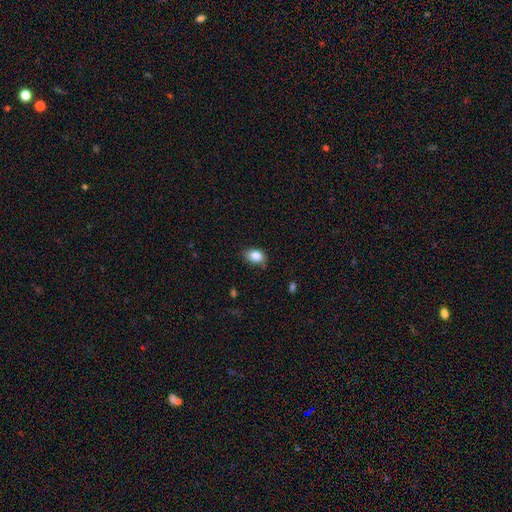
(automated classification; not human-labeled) Smooth or featured? smooth (85%)
How rounded? in between (77%)
Merging? none (75%)